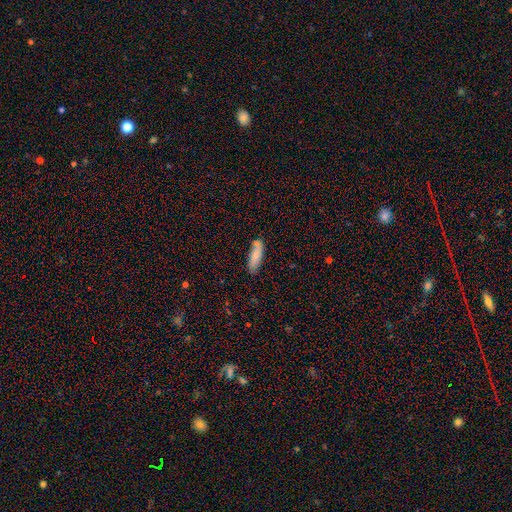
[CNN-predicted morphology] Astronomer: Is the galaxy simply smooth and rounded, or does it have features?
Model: smooth — 76%.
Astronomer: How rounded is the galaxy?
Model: cigar-shaped — 52% (runner-up: in between, 46%).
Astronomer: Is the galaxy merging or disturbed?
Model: none — 68%.